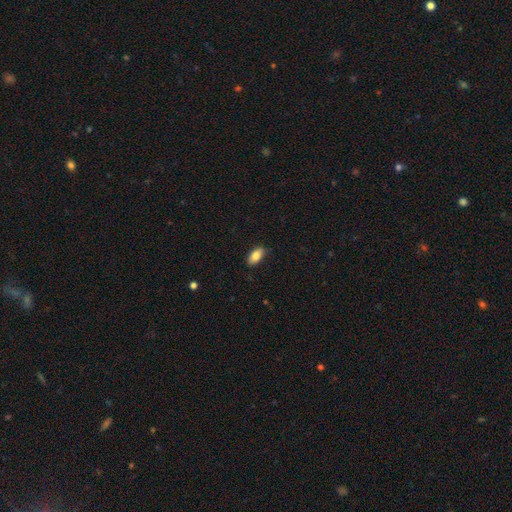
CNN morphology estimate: Smooth or featured?
  - smooth: 83% *
  - featured or disk: 10%
  - star or artifact: 7%
How rounded?
  - in between: 91% *
  - cigar-shaped: 6%
  - round: 3%
Merging?
  - none: 84% *
  - minor disturbance: 13%
  - major disturbance: 2%
  - merger: 1%